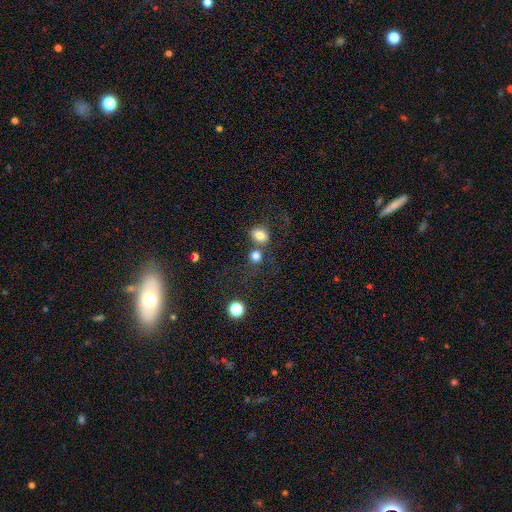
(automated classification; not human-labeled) Q: Smooth or featured?
A: smooth (79%); runner-up: star or artifact (13%)
Q: How rounded?
A: round (77%); runner-up: in between (22%)
Q: Merging?
A: none (56%); runner-up: merger (28%)